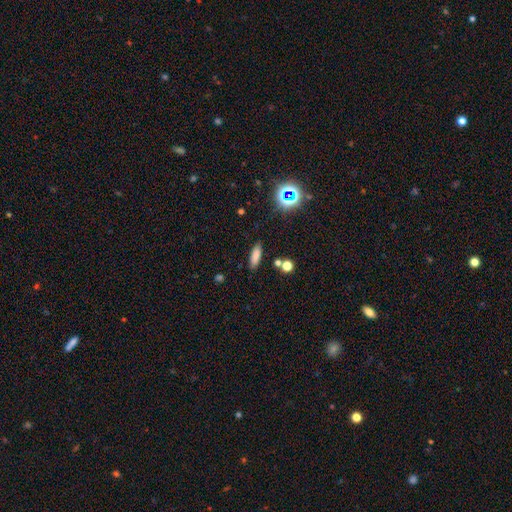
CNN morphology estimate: smooth-or-featured: smooth: 75% | star or artifact: 15% | featured or disk: 10%
  how-rounded: in between: 51% | cigar-shaped: 44% | round: 4%
  merging: none: 83% | minor disturbance: 10% | merger: 4% | major disturbance: 3%